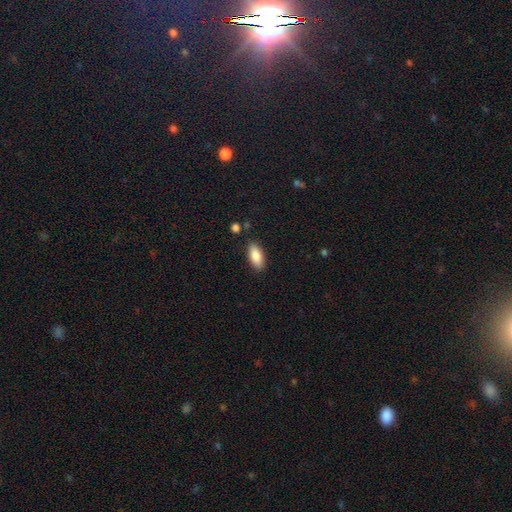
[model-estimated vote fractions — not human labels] This is clearly a smooth galaxy (87%). How rounded: clearly in between (86%). Merging: clearly none (86%).